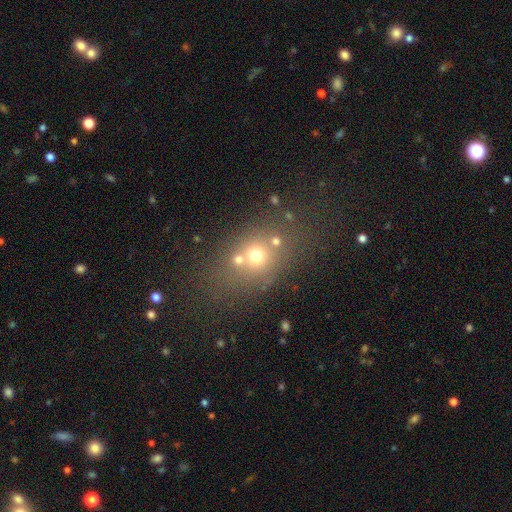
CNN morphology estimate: type=smooth (62%); roundness=round (58%); merging=none (57%).